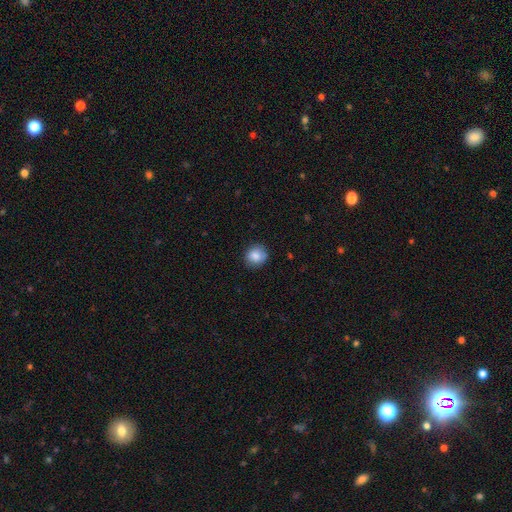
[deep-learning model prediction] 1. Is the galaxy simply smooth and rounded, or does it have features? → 84% smooth, 9% star or artifact, 7% featured or disk.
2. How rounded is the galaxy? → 82% round, 17% in between, 1% cigar-shaped.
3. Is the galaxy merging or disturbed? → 82% none, 14% minor disturbance, 3% major disturbance, 1% merger.